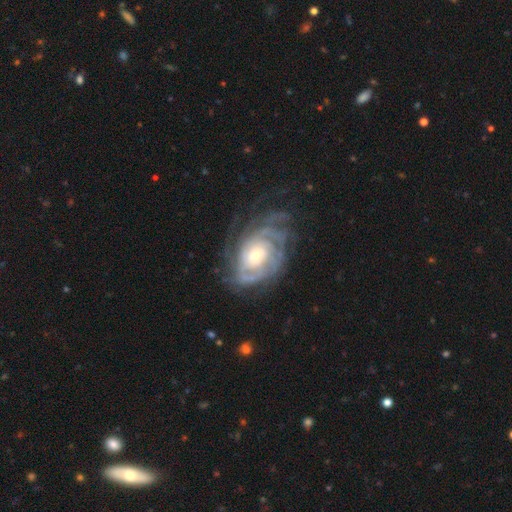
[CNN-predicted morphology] Overall: featured or disk (87%). Edge-on disk: no (96%). Bar: no (74%). Spiral arms: yes (95%). Spiral arm count: can't tell (40%; 4 15%). Spiral winding: tight (71%). Bulge size: small (50%; moderate 42%). Merging: none (62%).